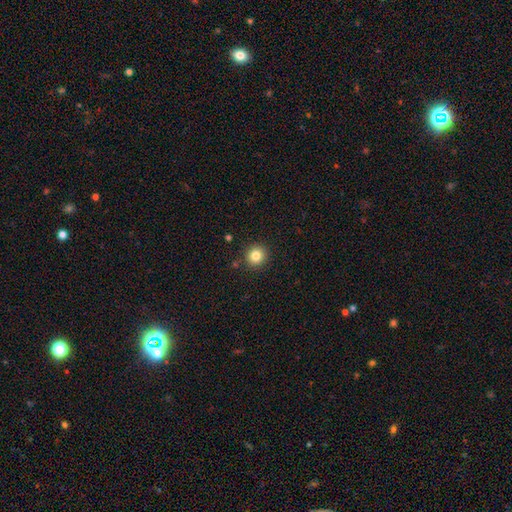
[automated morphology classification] This is clearly a smooth galaxy (82%). How rounded: clearly round (91%). Merging: clearly none (90%).